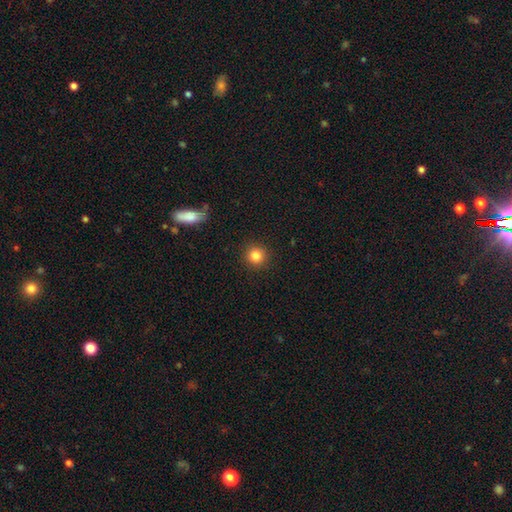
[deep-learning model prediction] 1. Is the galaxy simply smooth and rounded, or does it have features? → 84% smooth, 11% star or artifact, 5% featured or disk.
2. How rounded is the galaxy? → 93% round, 6% in between, 1% cigar-shaped.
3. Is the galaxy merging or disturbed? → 91% none, 6% minor disturbance, 2% major disturbance, 1% merger.